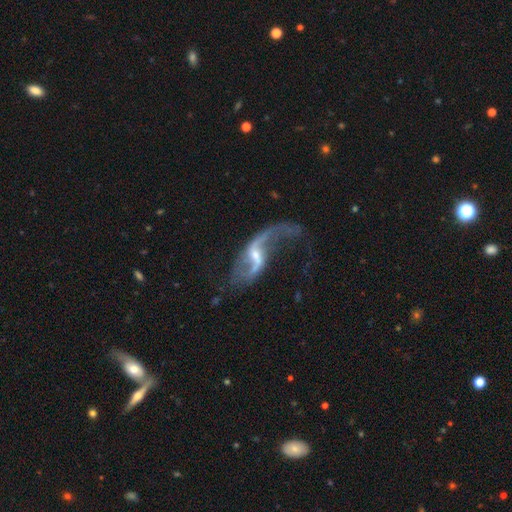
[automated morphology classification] A featured or disk galaxy (89%) with a weak bar (51%), 2 (88%) loose (89%) spiral arms (94%) and a small central bulge (47%). Merging: none (47%).